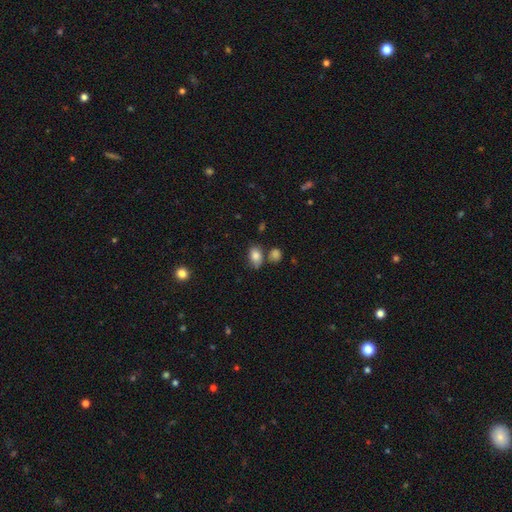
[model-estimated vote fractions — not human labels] smooth 83%, star or artifact 9%, featured or disk 8%. Down the decision tree: how rounded — in between (83%); merging — none (64%).